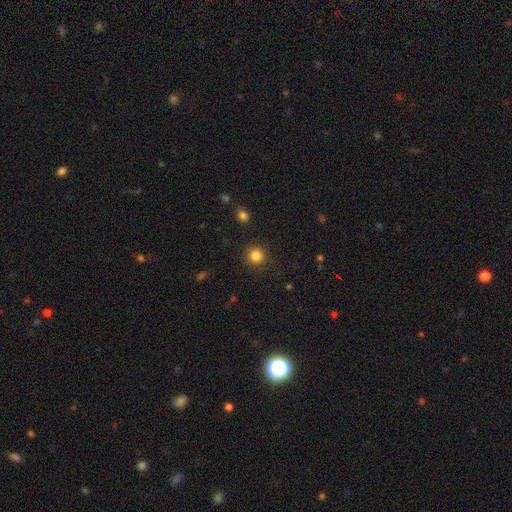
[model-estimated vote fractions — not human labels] This appears to be a smooth galaxy with no disk features (84%) that is round (94%). Merging: none (91%).